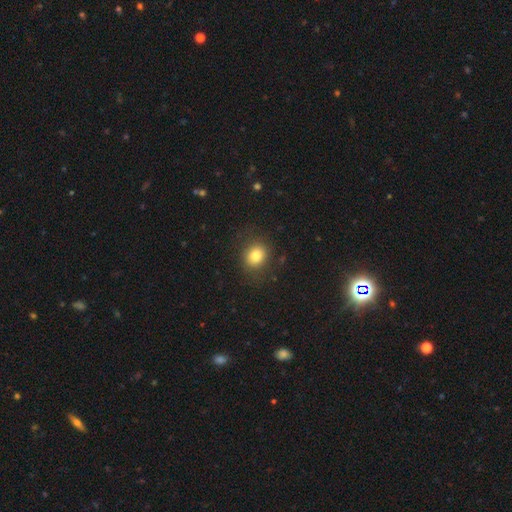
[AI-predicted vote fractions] This is clearly a smooth galaxy (82%). How rounded: likely round (66%). Merging: clearly none (85%).